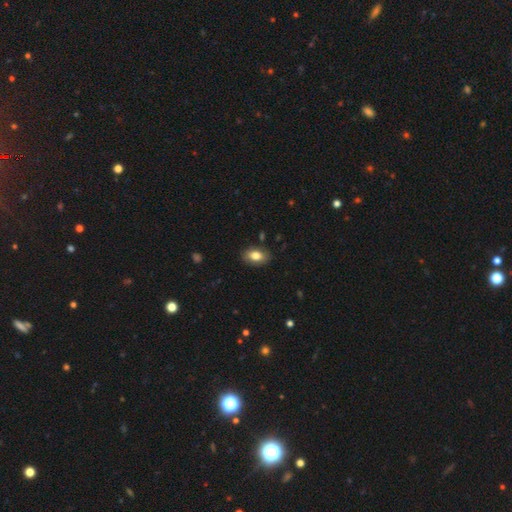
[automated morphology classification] type=smooth (81%); roundness=in between (89%); merging=none (86%).